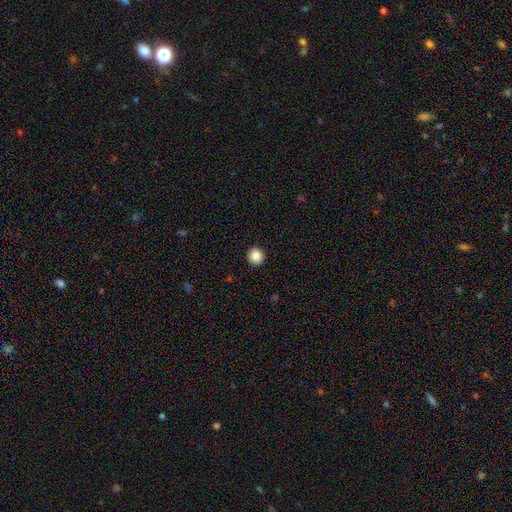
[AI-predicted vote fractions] A smooth galaxy with no disk features (86%) that is round (93%). Merging: none (93%).